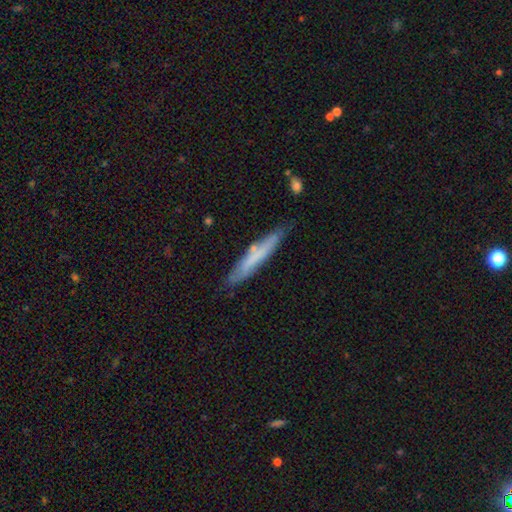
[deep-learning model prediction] Q: Smooth or featured?
A: smooth (59%); runner-up: featured or disk (35%)
Q: How rounded?
A: cigar-shaped (93%); runner-up: in between (6%)
Q: Merging?
A: none (76%); runner-up: minor disturbance (17%)